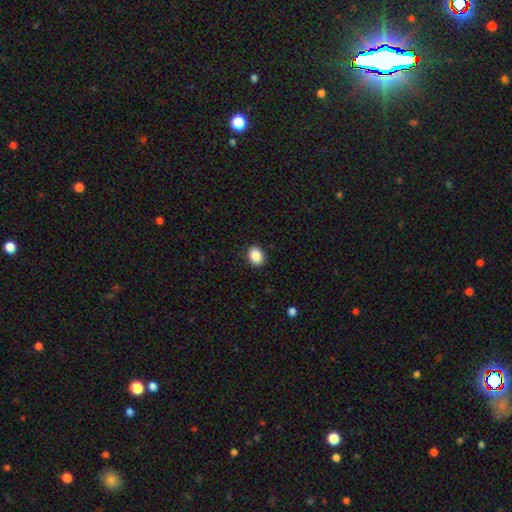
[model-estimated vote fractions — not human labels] Smooth or featured? Predicted: smooth (p=0.89). How rounded? Predicted: in between (p=0.61). Merging? Predicted: none (p=0.90).